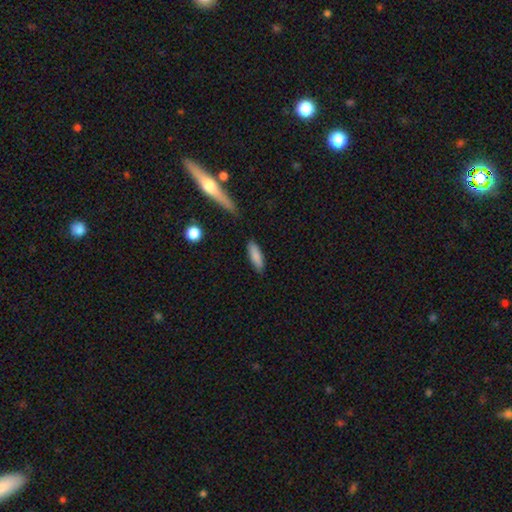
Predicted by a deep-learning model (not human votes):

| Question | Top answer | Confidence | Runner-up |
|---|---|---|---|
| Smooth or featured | smooth | 85% | featured or disk (8%) |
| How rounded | cigar-shaped | 50% | in between (49%) |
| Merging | none | 83% | minor disturbance (12%) |